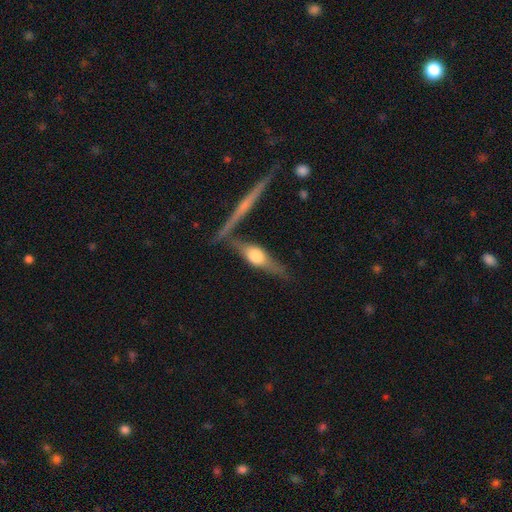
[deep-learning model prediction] Q: Smooth or featured?
A: featured or disk (64%); runner-up: smooth (29%)
Q: Edge-on disk?
A: yes (91%); runner-up: no (9%)
Q: Edge-on bulge?
A: rounded (90%); runner-up: boxy (7%)
Q: Merging?
A: none (63%); runner-up: merger (16%)